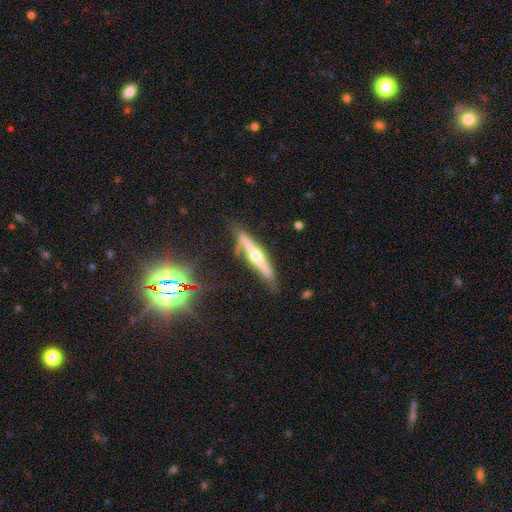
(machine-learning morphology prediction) A featured or disk galaxy (72%) viewed edge-on (93%) with a rounded central bulge (91%). Merging: none (77%).